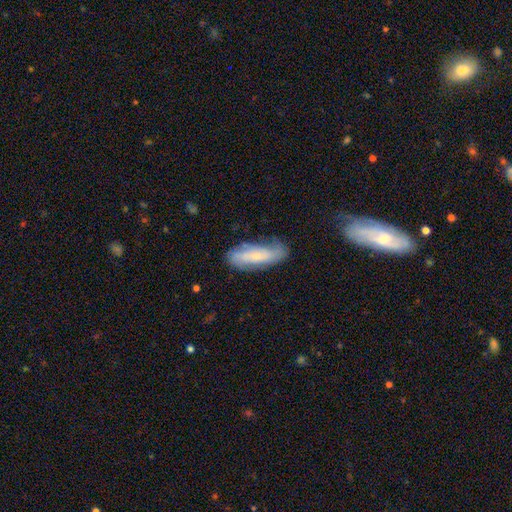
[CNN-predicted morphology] Smooth or featured: featured or disk — 47% (smooth — 46%)
Merging: none — 64% (minor disturbance — 25%)